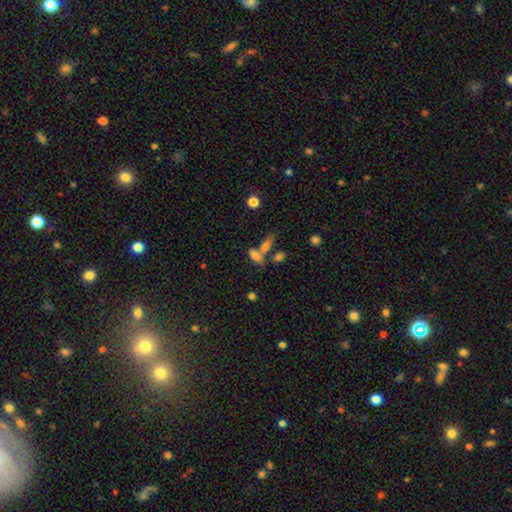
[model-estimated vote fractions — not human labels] smooth-or-featured: smooth: 71% | featured or disk: 18% | star or artifact: 11%
  how-rounded: in between: 70% | cigar-shaped: 24% | round: 6%
  merging: merger: 42% | none: 40% | minor disturbance: 11% | major disturbance: 6%